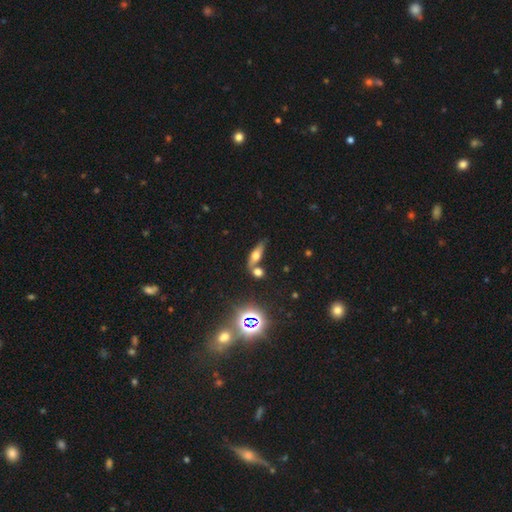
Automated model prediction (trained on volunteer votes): Smooth or featured: smooth — 50% (featured or disk — 32%)
Merging: none — 54% (merger — 28%)